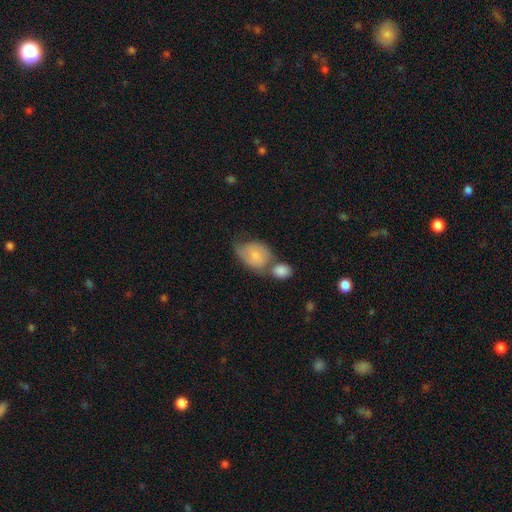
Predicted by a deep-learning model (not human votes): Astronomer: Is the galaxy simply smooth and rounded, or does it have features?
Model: smooth — 68%.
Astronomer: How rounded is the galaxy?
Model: in between — 62%.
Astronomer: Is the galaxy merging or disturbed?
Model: merger — 49% (runner-up: none, 24%).